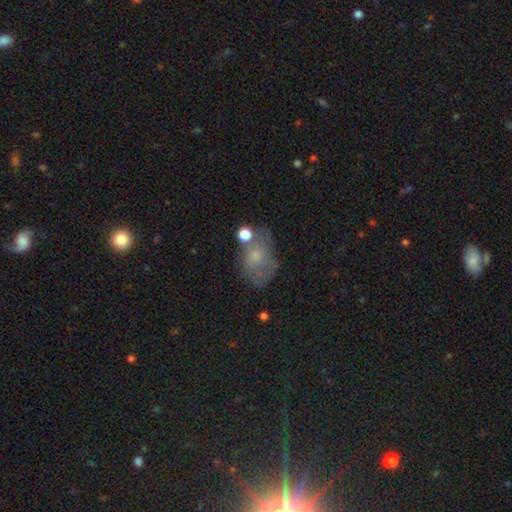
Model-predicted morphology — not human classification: type=smooth (54%); roundness=in between (75%); merging=none (39%).